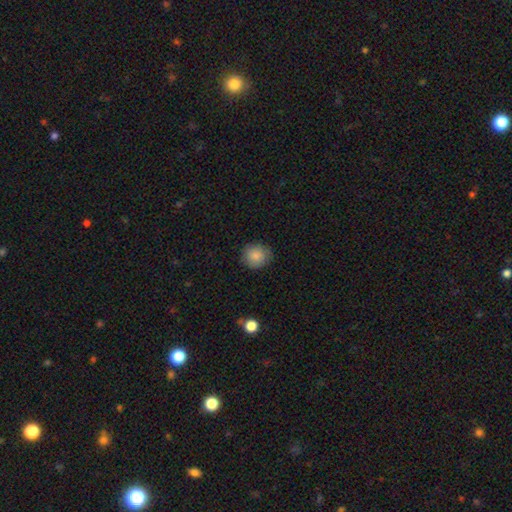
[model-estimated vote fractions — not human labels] Smooth or featured?
  - smooth: 87% *
  - star or artifact: 8%
  - featured or disk: 5%
How rounded?
  - round: 86% *
  - in between: 14%
  - cigar-shaped: 1%
Merging?
  - none: 84% *
  - minor disturbance: 12%
  - major disturbance: 3%
  - merger: 1%